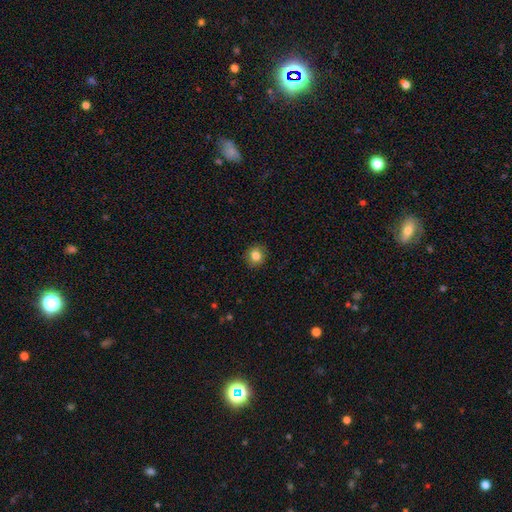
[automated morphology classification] Overall: smooth (83%). How rounded: round (89%). Merging: none (91%).